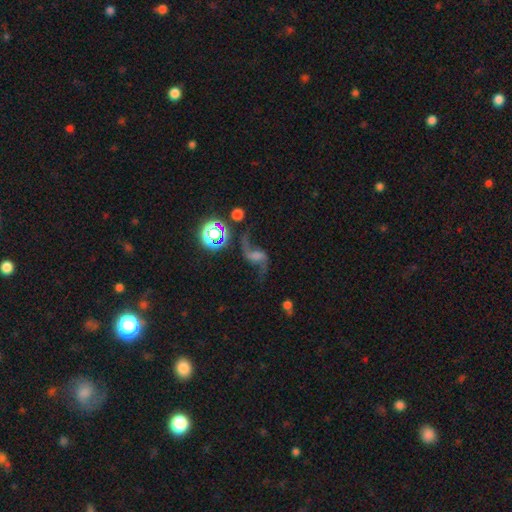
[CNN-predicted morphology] This appears to be a featured or disk galaxy (76%) with a weak bar (44%), 2 (91%) loose (89%) spiral arms (95%) and no central bulge (43%). Merging: none (63%).